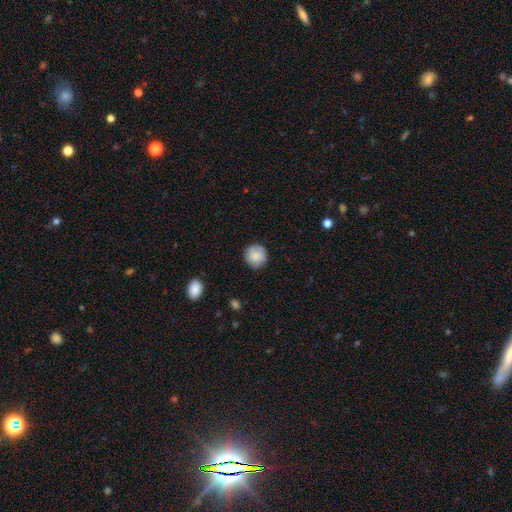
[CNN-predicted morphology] smooth 80%, featured or disk 13%, star or artifact 7%. Down the decision tree: how rounded — round (92%); merging — none (83%).